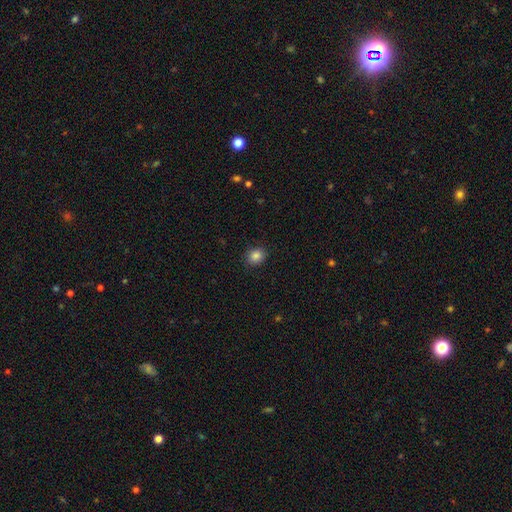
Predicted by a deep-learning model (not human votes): Smooth or featured?
  - smooth: 85% *
  - star or artifact: 10%
  - featured or disk: 5%
How rounded?
  - round: 65% *
  - in between: 34%
  - cigar-shaped: 1%
Merging?
  - none: 89% *
  - minor disturbance: 8%
  - major disturbance: 2%
  - merger: 1%